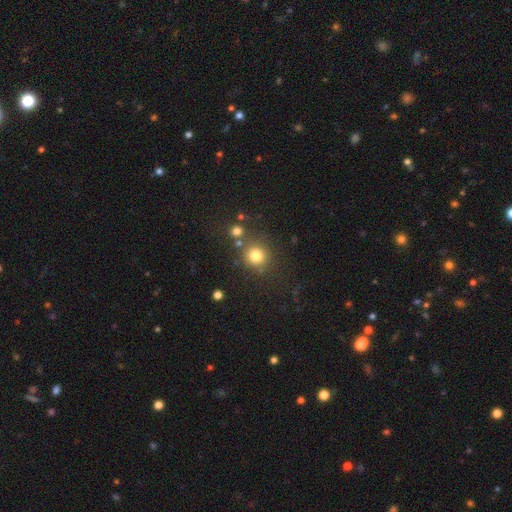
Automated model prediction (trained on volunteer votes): smooth 79%, star or artifact 15%, featured or disk 7%. Down the decision tree: how rounded — round (91%); merging — none (77%).